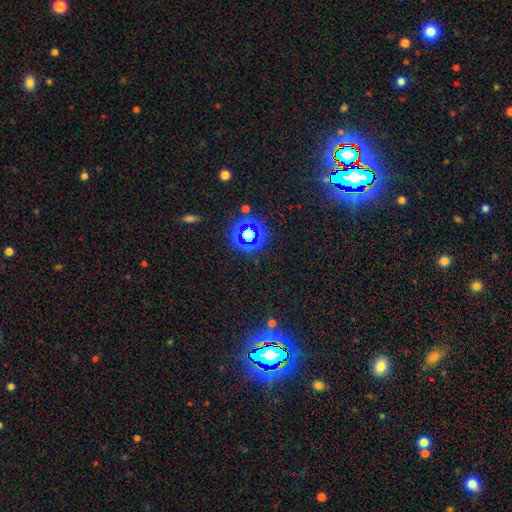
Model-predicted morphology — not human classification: This is likely a star or artifact rather than a galaxy (75%).